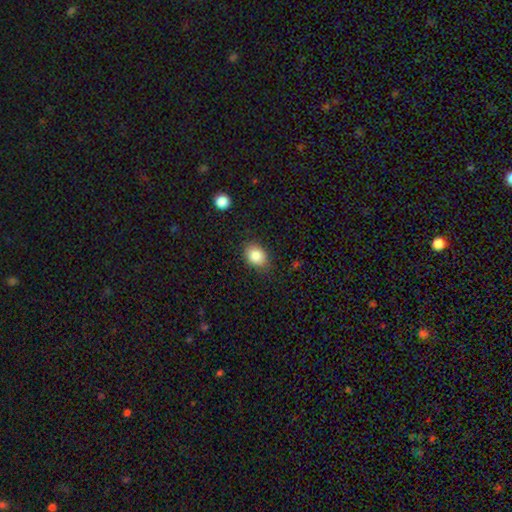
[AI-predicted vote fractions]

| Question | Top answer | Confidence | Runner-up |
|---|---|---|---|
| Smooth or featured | smooth | 86% | star or artifact (8%) |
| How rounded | in between | 69% | round (30%) |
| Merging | none | 80% | minor disturbance (15%) |